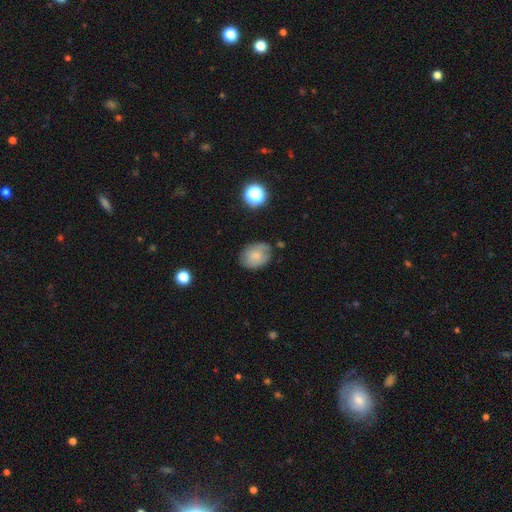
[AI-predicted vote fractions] A smooth galaxy with no disk features (72%) that is in between round and cigar-shaped (65%). Merging: none (71%).